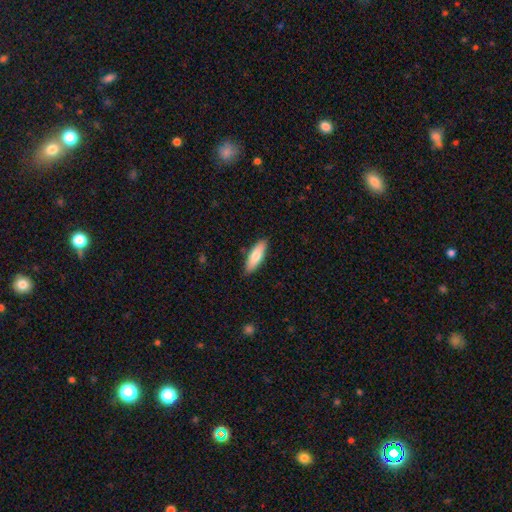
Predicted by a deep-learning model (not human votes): Q: Smooth or featured?
A: smooth (76%); runner-up: featured or disk (19%)
Q: How rounded?
A: in between (53%); runner-up: cigar-shaped (45%)
Q: Merging?
A: none (87%); runner-up: minor disturbance (10%)